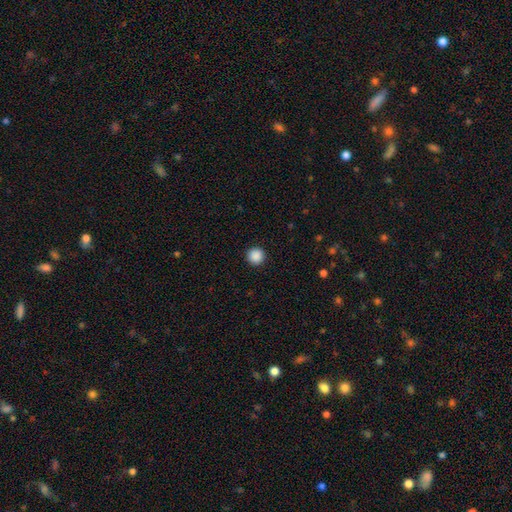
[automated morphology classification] Q: Smooth or featured?
A: smooth (89%); runner-up: star or artifact (9%)
Q: How rounded?
A: round (96%); runner-up: in between (3%)
Q: Merging?
A: none (93%); runner-up: minor disturbance (4%)